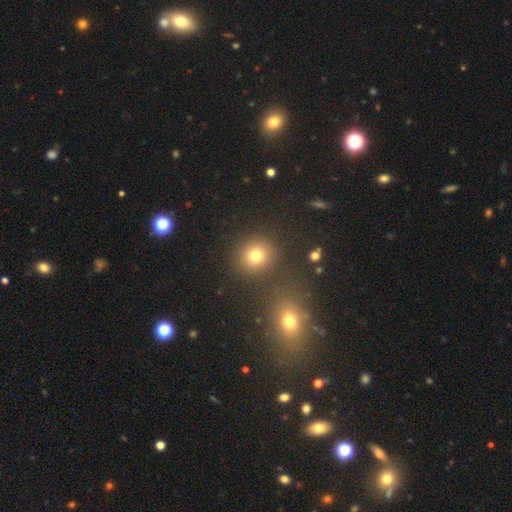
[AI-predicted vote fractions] This is likely a smooth galaxy (76%). How rounded: clearly round (87%). Merging: clearly none (83%).